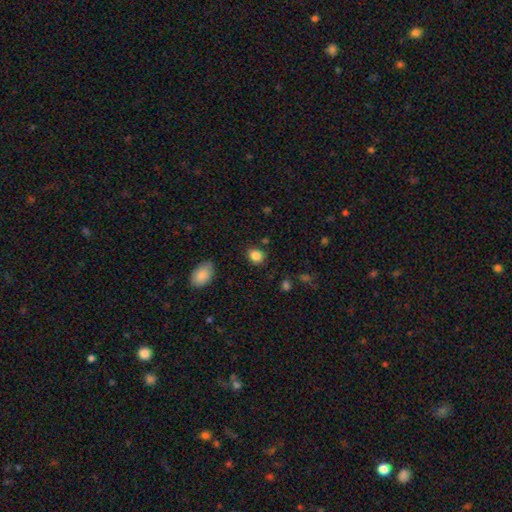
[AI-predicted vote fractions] Smooth or featured: smooth — 86% (star or artifact — 10%)
How rounded: round — 62% (in between — 37%)
Merging: none — 84% (minor disturbance — 11%)